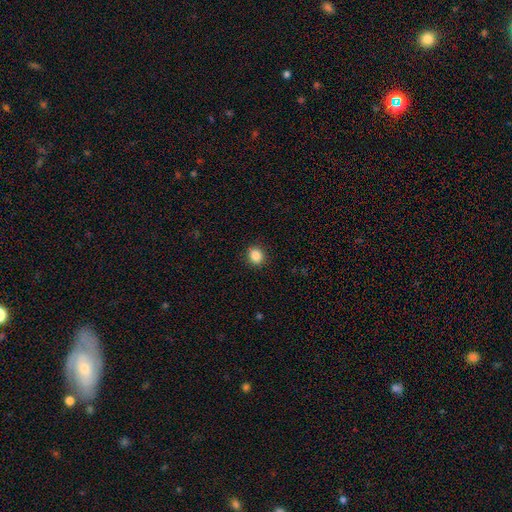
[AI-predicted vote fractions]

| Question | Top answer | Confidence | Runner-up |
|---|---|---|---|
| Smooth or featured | smooth | 86% | star or artifact (10%) |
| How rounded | round | 79% | in between (20%) |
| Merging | none | 90% | minor disturbance (7%) |